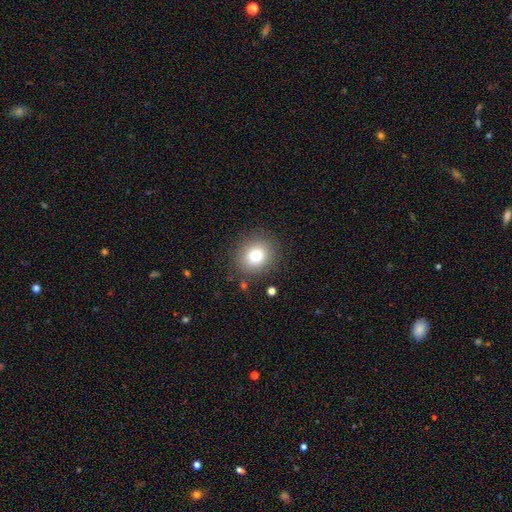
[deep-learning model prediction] This is likely a smooth galaxy (77%). How rounded: likely round (79%). Merging: clearly none (86%).